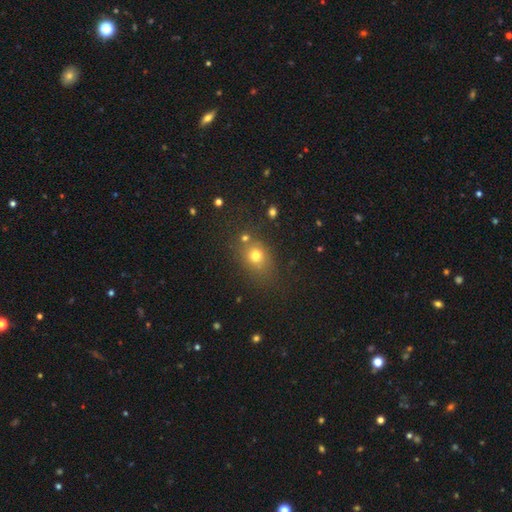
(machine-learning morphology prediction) This is likely a smooth galaxy (72%). How rounded: possibly round (58%). Merging: likely none (70%).